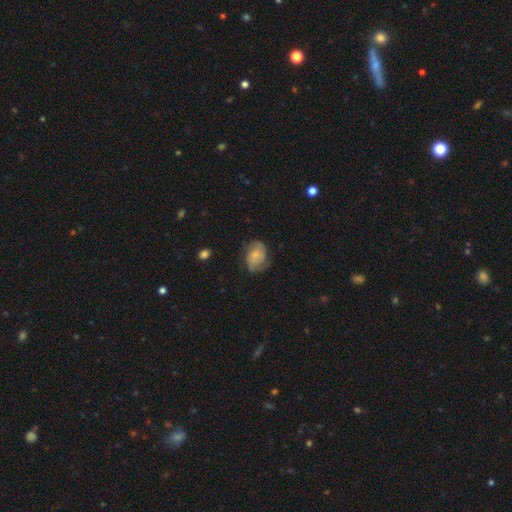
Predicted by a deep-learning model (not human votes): This is possibly a featured or disk galaxy (46%, tied with smooth). Merging: possibly none (60%).